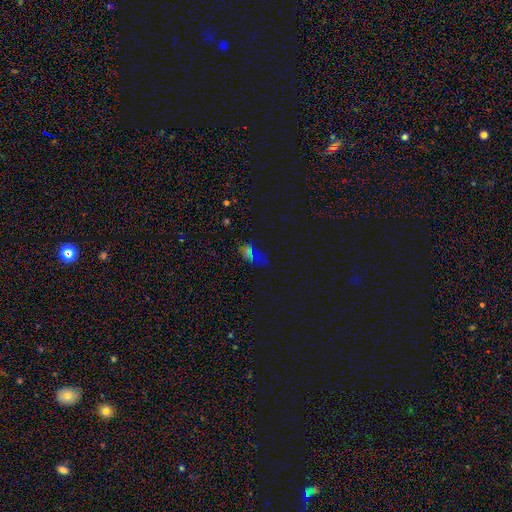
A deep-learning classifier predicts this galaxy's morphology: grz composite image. It shows a star or artifact, not a galaxy (49%).